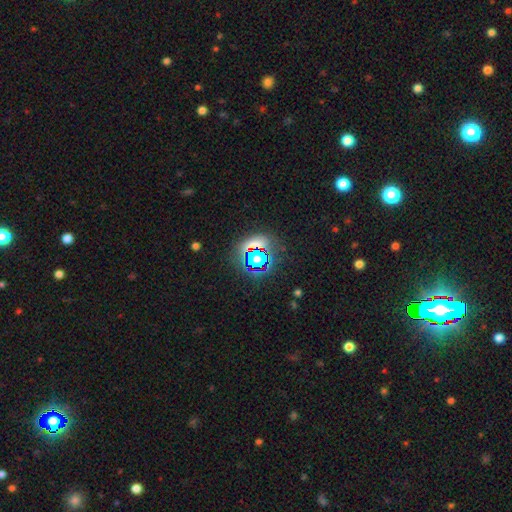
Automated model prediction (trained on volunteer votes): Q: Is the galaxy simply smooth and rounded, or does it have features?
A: star or artifact — 58%.